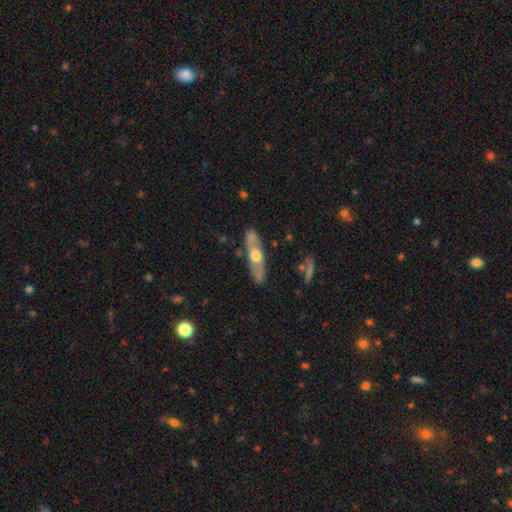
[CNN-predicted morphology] Smooth or featured?
  - featured or disk: 58% *
  - smooth: 37%
  - star or artifact: 5%
Edge-on disk?
  - yes: 51% *
  - no: 49%
Merging?
  - none: 84% *
  - minor disturbance: 11%
  - major disturbance: 3%
  - merger: 2%